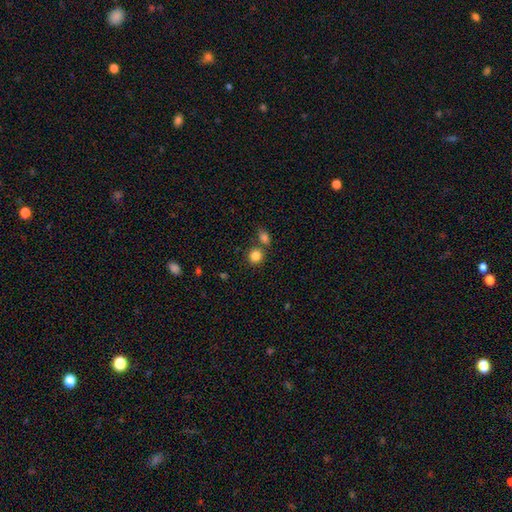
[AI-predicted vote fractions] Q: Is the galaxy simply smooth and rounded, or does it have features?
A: smooth — 84%.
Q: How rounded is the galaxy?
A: round — 84%.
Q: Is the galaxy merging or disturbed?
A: none — 70%.